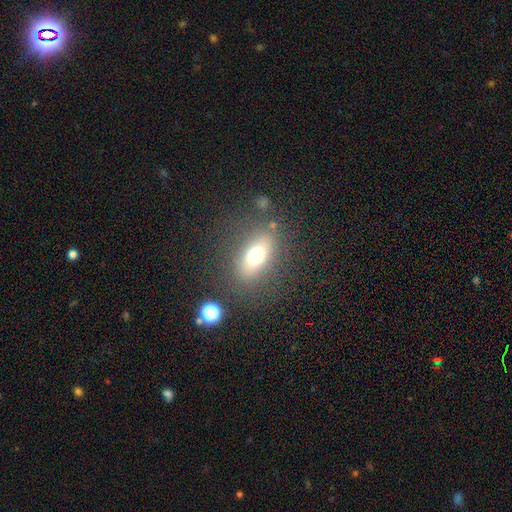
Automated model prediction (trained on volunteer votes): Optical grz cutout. It shows a smooth galaxy with no disk features (66%) that is in between round and cigar-shaped (74%). Merging: none (80%).